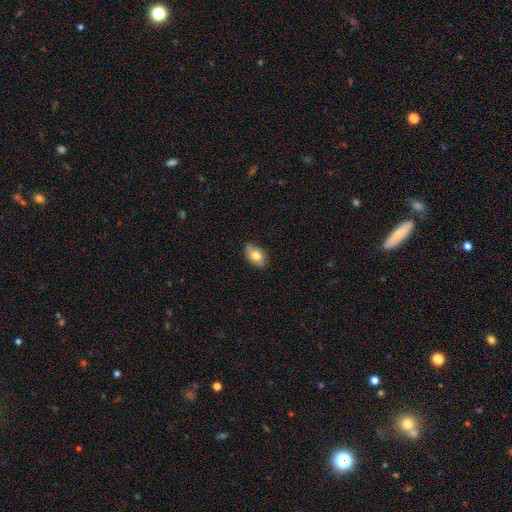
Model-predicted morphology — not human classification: smooth_or_featured: smooth (p=0.72) [alt: featured or disk p=0.21]
how_rounded: in between (p=0.89) [alt: round p=0.09]
merging: none (p=0.76) [alt: minor disturbance p=0.20]